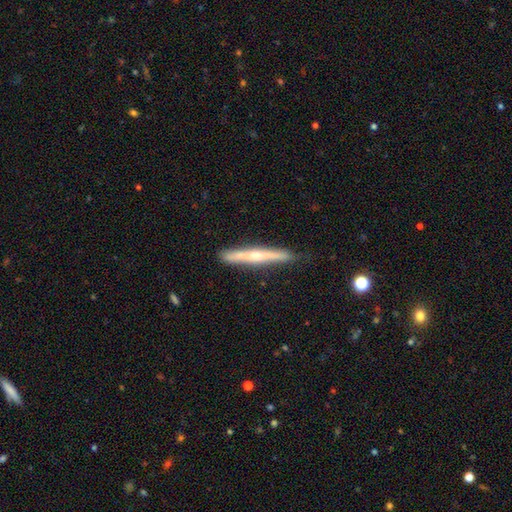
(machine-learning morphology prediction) Smooth or featured? Predicted: featured or disk (p=0.63). Edge-on disk? Predicted: yes (p=0.96). Edge-on bulge? Predicted: rounded (p=0.68). Merging? Predicted: none (p=0.84).